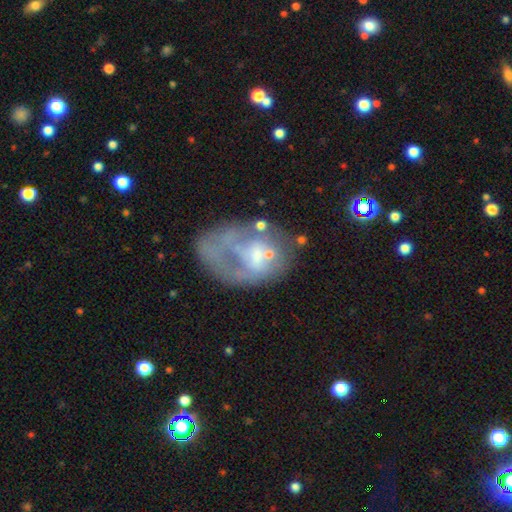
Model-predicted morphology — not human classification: Q: Smooth or featured?
A: featured or disk (57%); runner-up: smooth (32%)
Q: Edge-on disk?
A: no (97%); runner-up: yes (3%)
Q: Bar?
A: no (74%); runner-up: weak (20%)
Q: Spiral arms?
A: no (78%); runner-up: yes (22%)
Q: Bulge size?
A: none (35%); runner-up: moderate (31%)
Q: Merging?
A: major disturbance (36%); runner-up: none (32%)